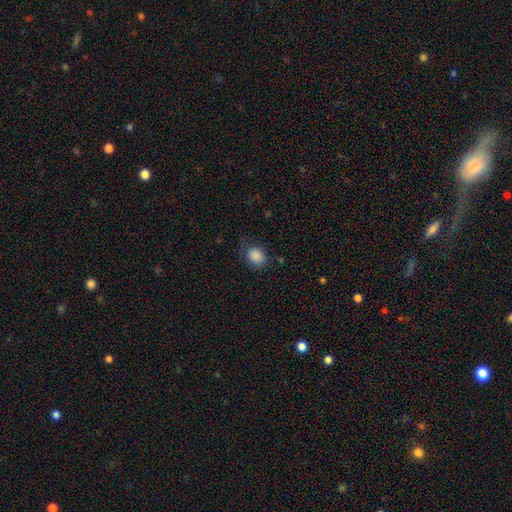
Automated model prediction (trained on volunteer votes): Morphology: type=smooth (87%); roundness=round (52%); merging=none (62%).